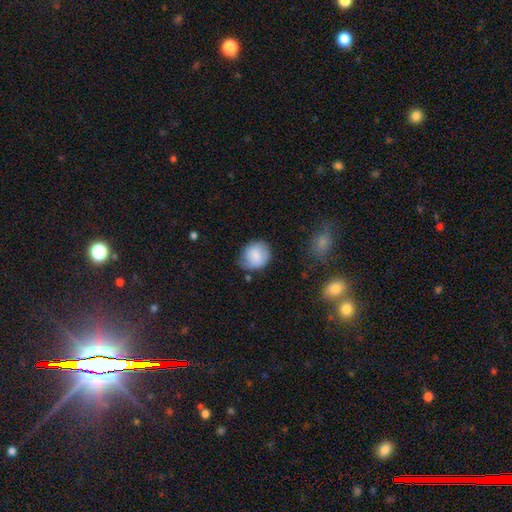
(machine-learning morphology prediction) The model was most divided on "merging": none: 63%, minor disturbance: 28%, major disturbance: 7%, merger: 3%. More confident: smooth or featured — smooth (79%); how rounded — round (76%).